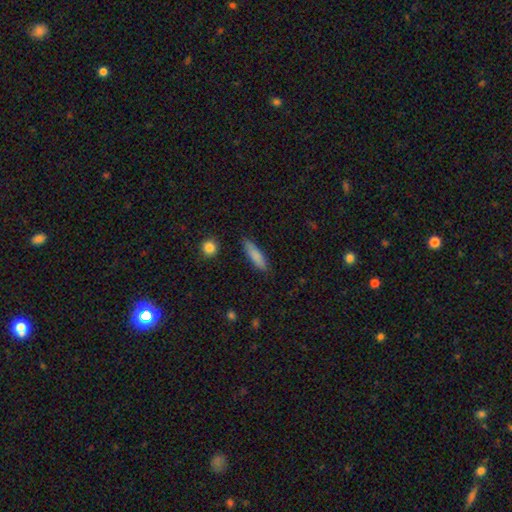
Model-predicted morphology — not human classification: The model was most divided on "how rounded": cigar-shaped: 70%, in between: 28%, round: 2%. More confident: merging — none (86%); smooth or featured — smooth (82%).